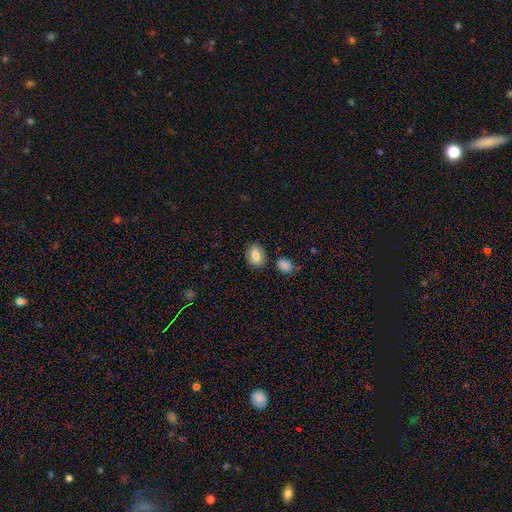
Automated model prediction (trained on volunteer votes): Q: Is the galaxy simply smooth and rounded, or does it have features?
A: smooth — 79%.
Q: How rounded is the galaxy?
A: in between — 71%.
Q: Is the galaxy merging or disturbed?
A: none — 78%.